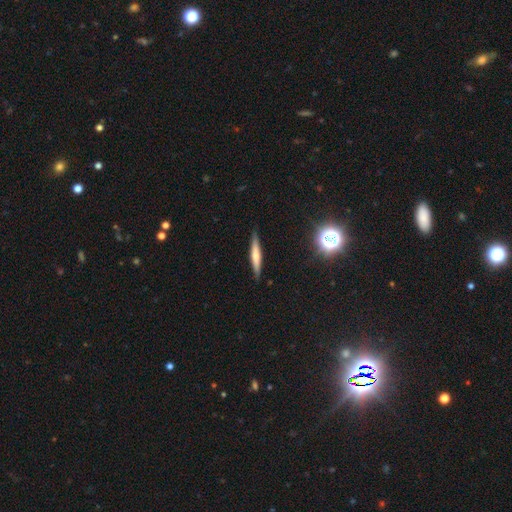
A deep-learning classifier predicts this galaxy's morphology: smooth 48%, featured or disk 43%, star or artifact 9%. Down the decision tree: merging — none (88%).